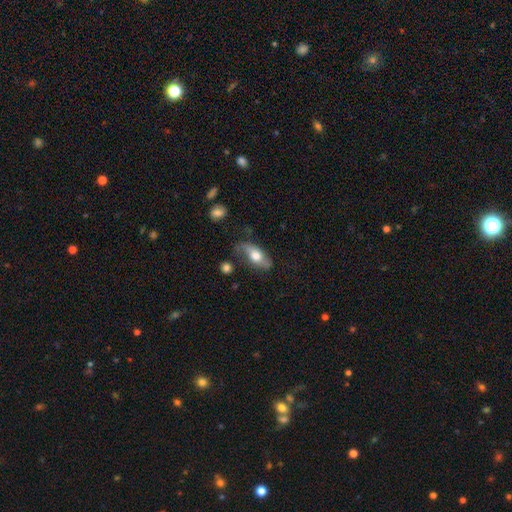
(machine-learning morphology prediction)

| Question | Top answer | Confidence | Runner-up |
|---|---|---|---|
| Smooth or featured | smooth | 54% | featured or disk (39%) |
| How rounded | in between | 83% | cigar-shaped (11%) |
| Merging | none | 54% | minor disturbance (28%) |